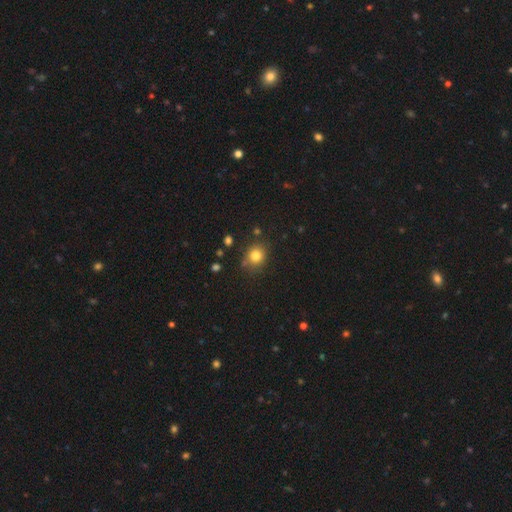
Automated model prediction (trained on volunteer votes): Smooth or featured: smooth — 80% (star or artifact — 12%)
How rounded: round — 77% (in between — 22%)
Merging: none — 78% (minor disturbance — 14%)